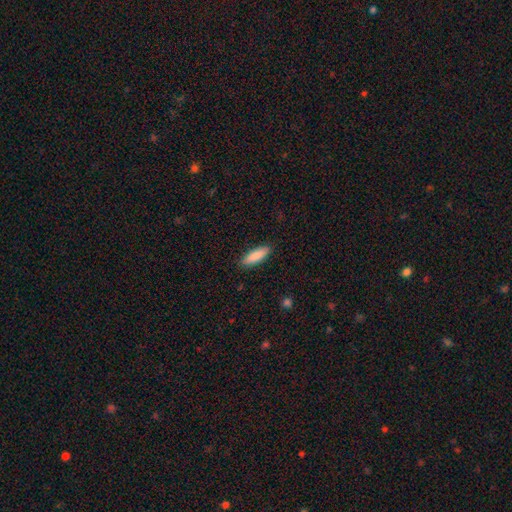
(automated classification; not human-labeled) A smooth galaxy with no disk features (88%) that is in between round and cigar-shaped (51%). Merging: none (89%).